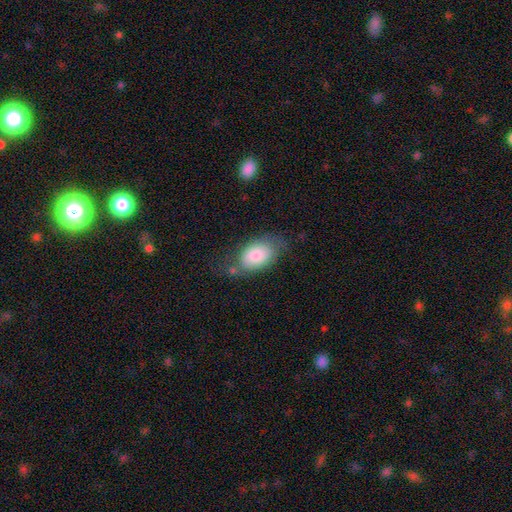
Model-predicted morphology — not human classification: type=smooth (80%); roundness=in between (89%); merging=none (56%).